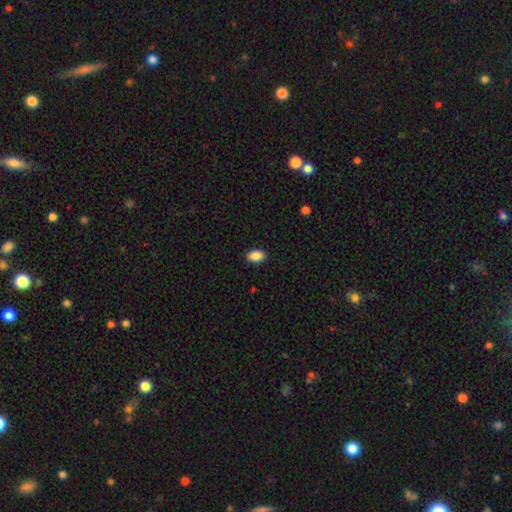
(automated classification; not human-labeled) Smooth or featured? Predicted: smooth (p=0.89). How rounded? Predicted: in between (p=0.91). Merging? Predicted: none (p=0.90).